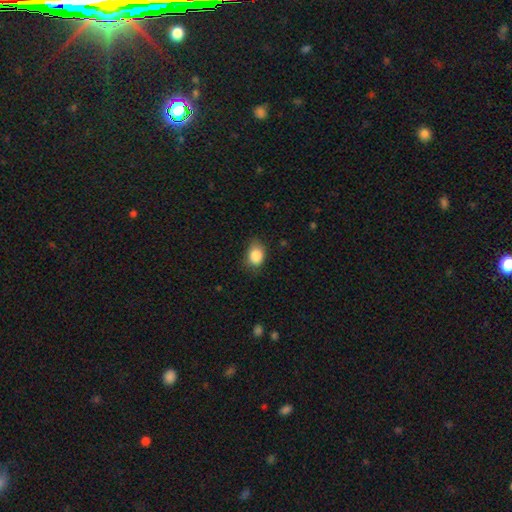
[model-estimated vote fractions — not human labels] A smooth galaxy with no disk features (86%) that is in between round and cigar-shaped (69%). Merging: none (68%).